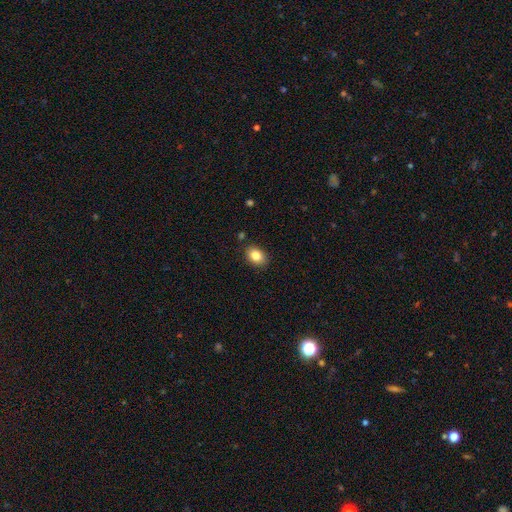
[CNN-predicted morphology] smooth-or-featured: smooth: 85% | star or artifact: 8% | featured or disk: 7%
  how-rounded: in between: 77% | round: 22% | cigar-shaped: 1%
  merging: none: 86% | minor disturbance: 9% | major disturbance: 2% | merger: 2%